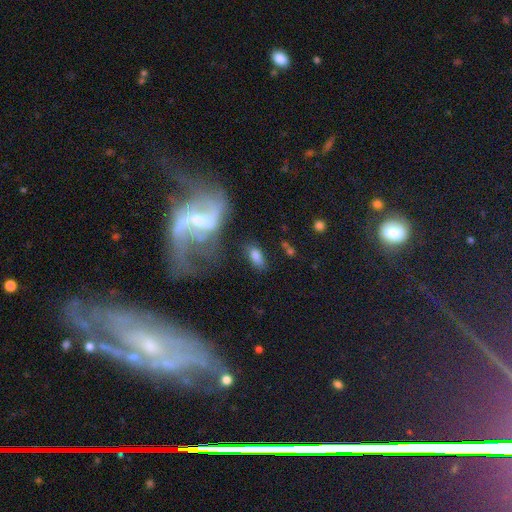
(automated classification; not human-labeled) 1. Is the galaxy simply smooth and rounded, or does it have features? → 72% smooth, 19% featured or disk, 9% star or artifact.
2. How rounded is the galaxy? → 87% in between, 8% cigar-shaped, 5% round.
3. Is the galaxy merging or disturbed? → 71% none, 15% minor disturbance, 7% major disturbance, 7% merger.